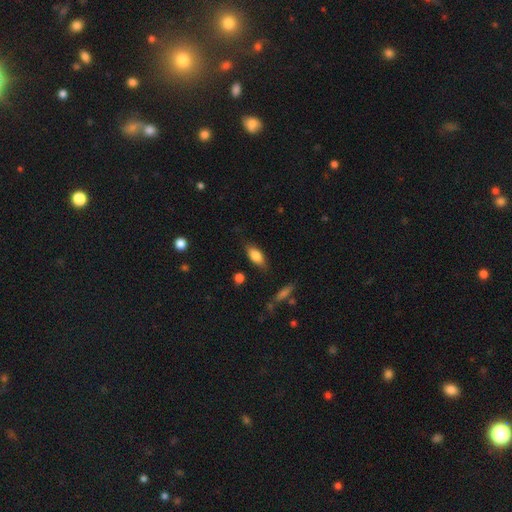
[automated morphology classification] This appears to be a smooth galaxy with no disk features (78%) that is in between round and cigar-shaped (80%). Merging: none (77%).